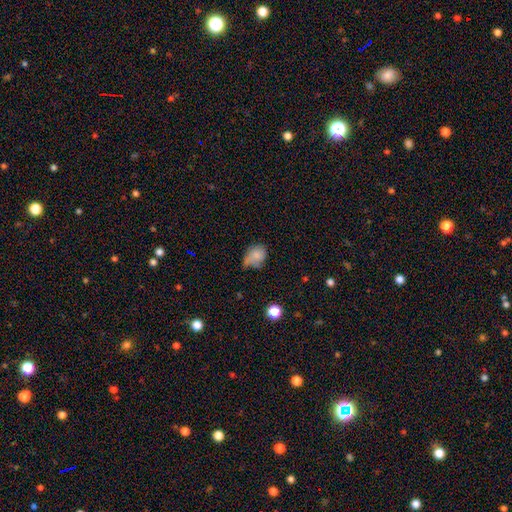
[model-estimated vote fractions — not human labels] Smooth or featured: smooth — 79% (featured or disk — 11%)
How rounded: in between — 64% (round — 35%)
Merging: none — 41% (minor disturbance — 40%)